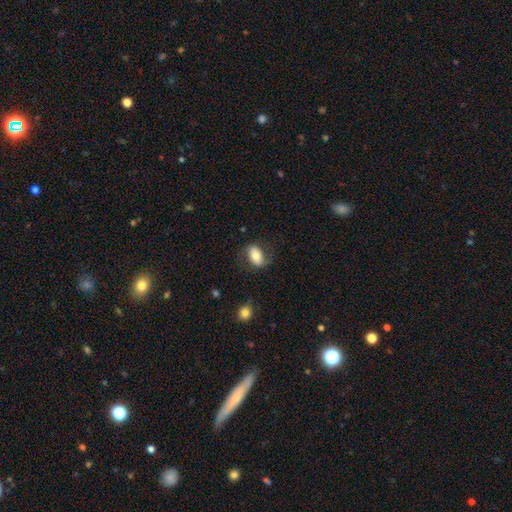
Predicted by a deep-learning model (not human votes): Smooth or featured? smooth (70%)
How rounded? in between (87%)
Merging? none (70%)